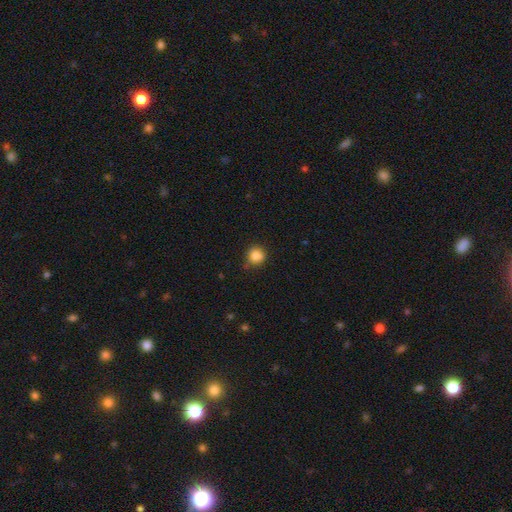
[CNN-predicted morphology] type=smooth (85%); roundness=round (89%); merging=none (75%).